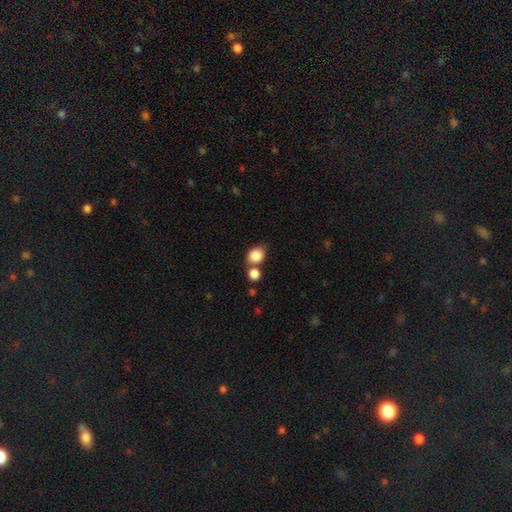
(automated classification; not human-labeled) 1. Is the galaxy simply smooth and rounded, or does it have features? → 85% smooth, 9% star or artifact, 6% featured or disk.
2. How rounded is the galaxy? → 59% round, 40% in between, 1% cigar-shaped.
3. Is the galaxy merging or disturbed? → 55% none, 29% merger, 12% minor disturbance, 4% major disturbance.